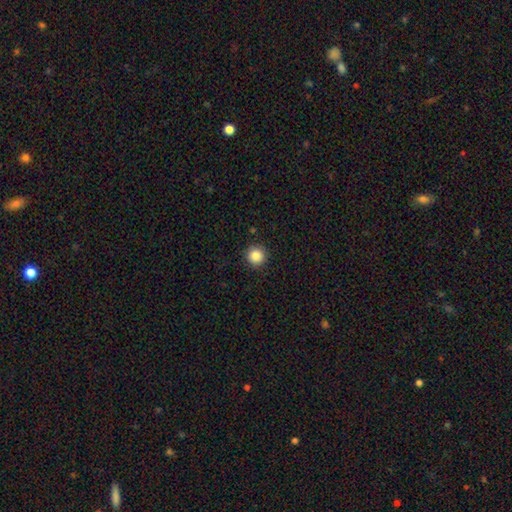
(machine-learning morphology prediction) smooth_or_featured: smooth (p=0.86) [alt: star or artifact p=0.10]
how_rounded: round (p=0.96) [alt: in between p=0.03]
merging: none (p=0.92) [alt: minor disturbance p=0.05]